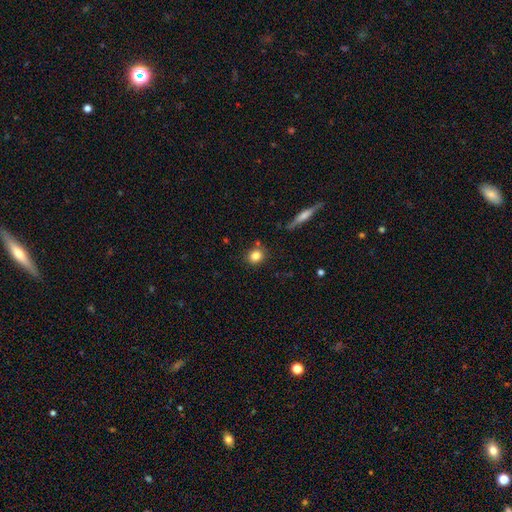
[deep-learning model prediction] Smooth or featured?
  - smooth: 82% *
  - star or artifact: 10%
  - featured or disk: 8%
How rounded?
  - round: 79% *
  - in between: 19%
  - cigar-shaped: 2%
Merging?
  - none: 82% *
  - minor disturbance: 10%
  - merger: 5%
  - major disturbance: 3%